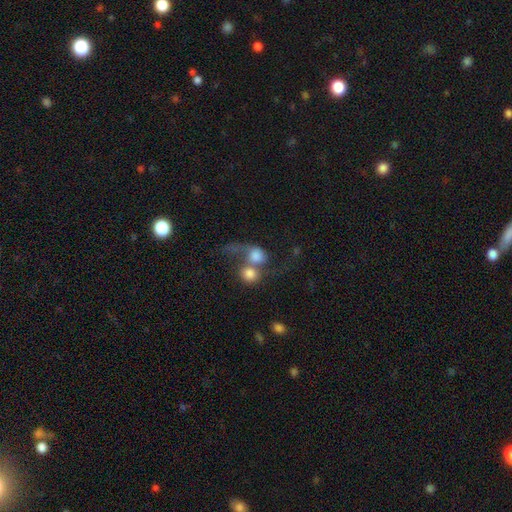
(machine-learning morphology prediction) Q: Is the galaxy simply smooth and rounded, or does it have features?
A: smooth — 68%.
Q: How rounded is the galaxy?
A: round — 74%.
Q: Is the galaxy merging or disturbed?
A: merger — 67%.